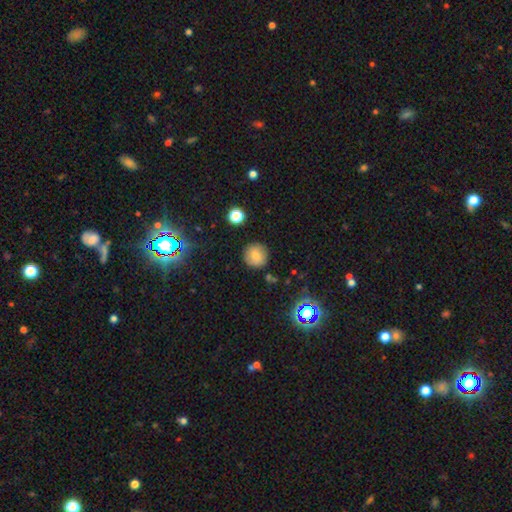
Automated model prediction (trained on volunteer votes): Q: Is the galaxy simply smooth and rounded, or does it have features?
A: smooth — 72%.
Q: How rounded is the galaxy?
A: round — 92%.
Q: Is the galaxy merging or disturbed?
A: none — 85%.